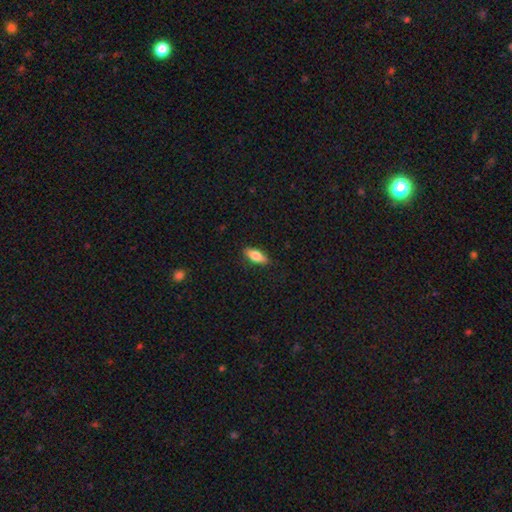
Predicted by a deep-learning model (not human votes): A smooth galaxy with no disk features (75%) that is in between round and cigar-shaped (74%). Merging: none (86%).